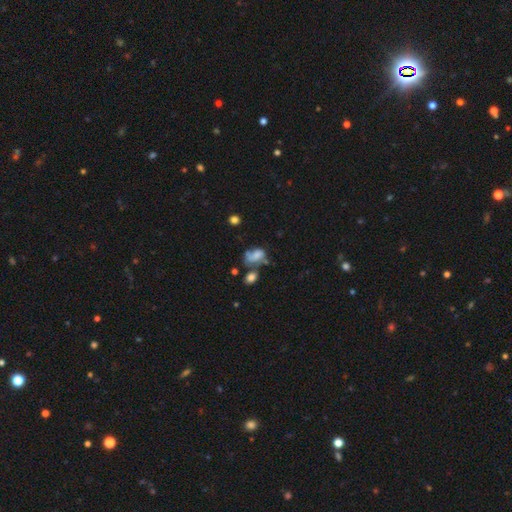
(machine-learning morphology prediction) Smooth or featured? smooth (58%)
How rounded? in between (82%)
Merging? merger (28%)